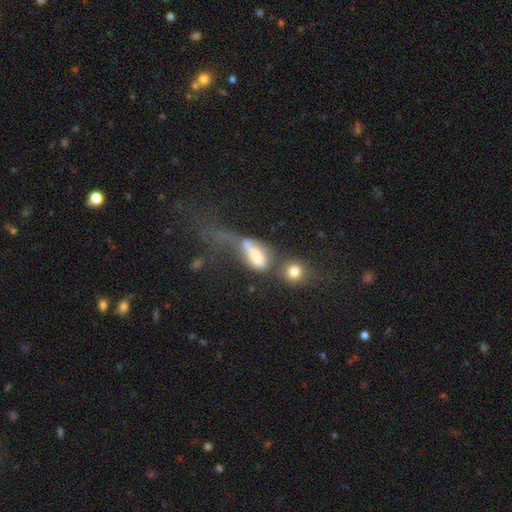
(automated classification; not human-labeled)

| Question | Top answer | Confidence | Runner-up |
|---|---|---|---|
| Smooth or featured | smooth | 60% | featured or disk (30%) |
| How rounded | in between | 79% | cigar-shaped (14%) |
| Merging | merger | 42% | major disturbance (37%) |